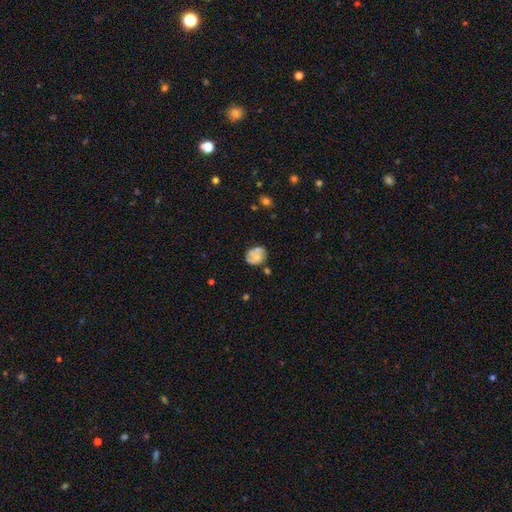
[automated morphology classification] featured or disk 49%, smooth 43%, star or artifact 8%. Down the decision tree: merging — none (57%).